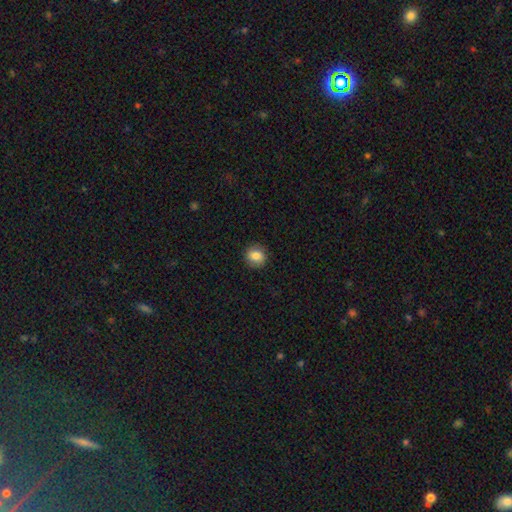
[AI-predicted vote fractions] Q: Smooth or featured?
A: smooth (83%); runner-up: star or artifact (9%)
Q: How rounded?
A: round (84%); runner-up: in between (15%)
Q: Merging?
A: none (90%); runner-up: minor disturbance (7%)